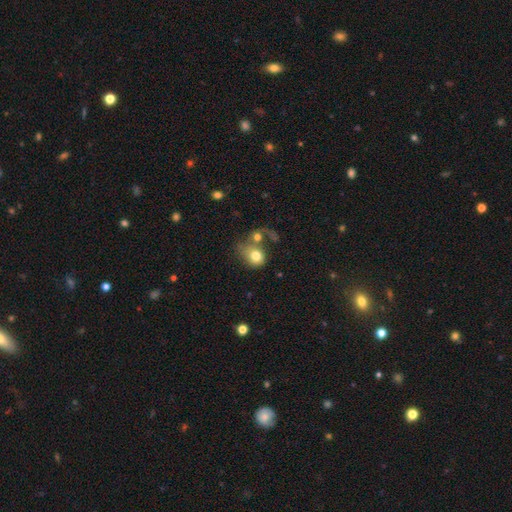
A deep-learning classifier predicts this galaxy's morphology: This is likely a smooth galaxy (75%). How rounded: likely round (61%). Merging: marginally merger (43%).